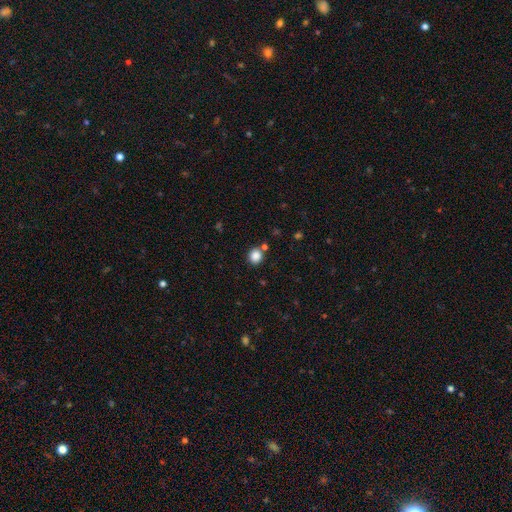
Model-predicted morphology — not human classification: This appears to be a smooth galaxy with no disk features (85%) that is round (75%). Merging: none (79%).